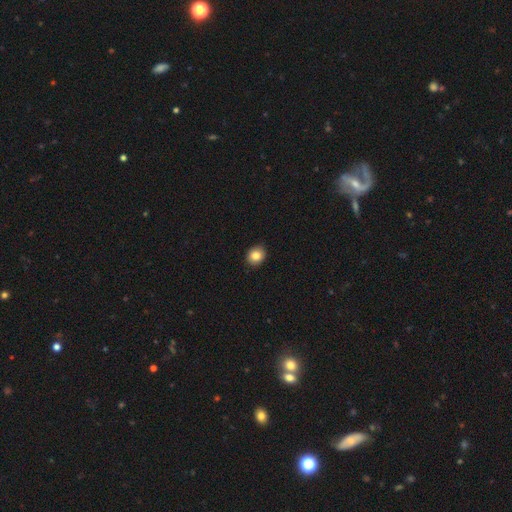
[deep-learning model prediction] This appears to be a smooth galaxy with no disk features (84%) that is round (66%). Merging: none (89%).